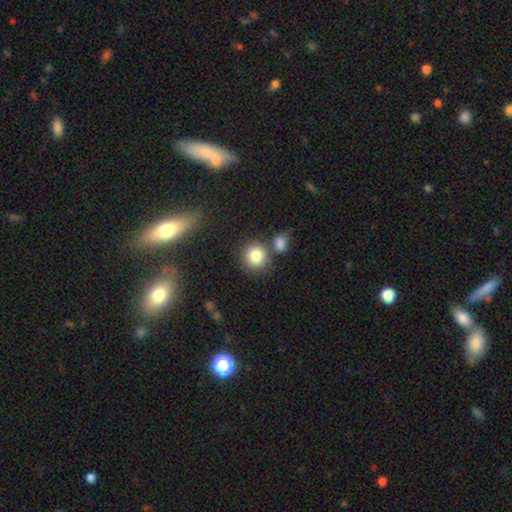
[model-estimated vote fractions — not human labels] Overall: smooth (84%). How rounded: round (88%). Merging: none (70%).